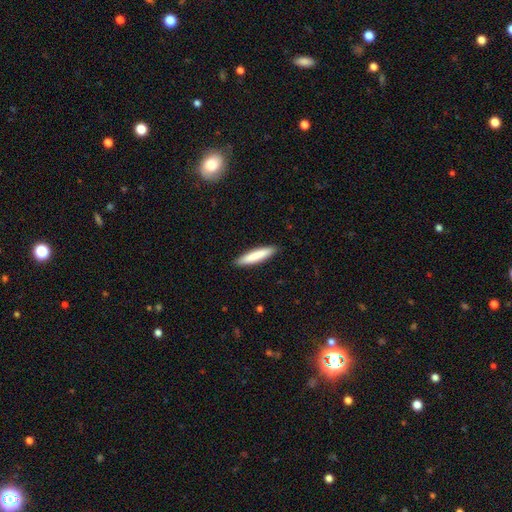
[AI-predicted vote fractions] Smooth or featured?
  - smooth: 82% *
  - featured or disk: 13%
  - star or artifact: 5%
How rounded?
  - cigar-shaped: 88% *
  - in between: 11%
  - round: 1%
Merging?
  - none: 90% *
  - minor disturbance: 7%
  - major disturbance: 1%
  - merger: 1%